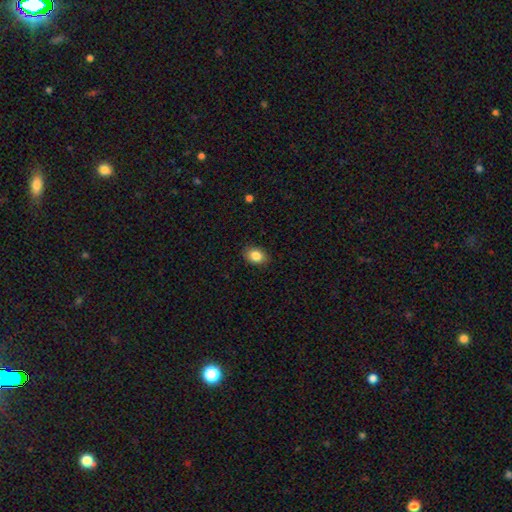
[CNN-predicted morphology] A smooth galaxy with no disk features (86%) that is in between round and cigar-shaped (73%). Merging: none (87%).